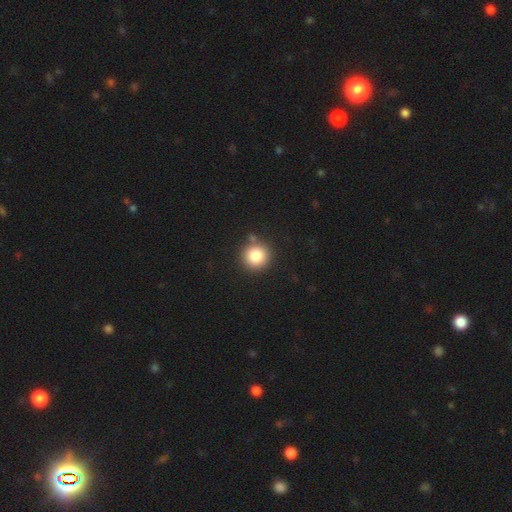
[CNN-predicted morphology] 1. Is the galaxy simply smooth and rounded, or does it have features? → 84% smooth, 10% star or artifact, 6% featured or disk.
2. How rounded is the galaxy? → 93% round, 6% in between, 1% cigar-shaped.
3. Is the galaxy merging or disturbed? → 82% none, 9% minor disturbance, 6% merger, 3% major disturbance.